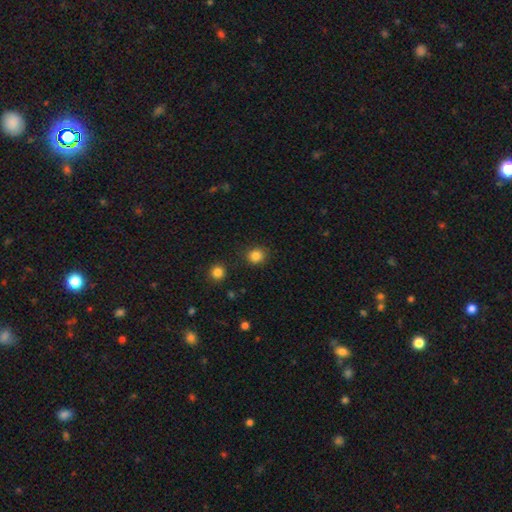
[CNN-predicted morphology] Smooth or featured?
  - smooth: 84% *
  - star or artifact: 12%
  - featured or disk: 4%
How rounded?
  - round: 84% *
  - in between: 16%
  - cigar-shaped: 1%
Merging?
  - none: 85% *
  - minor disturbance: 10%
  - major disturbance: 3%
  - merger: 2%